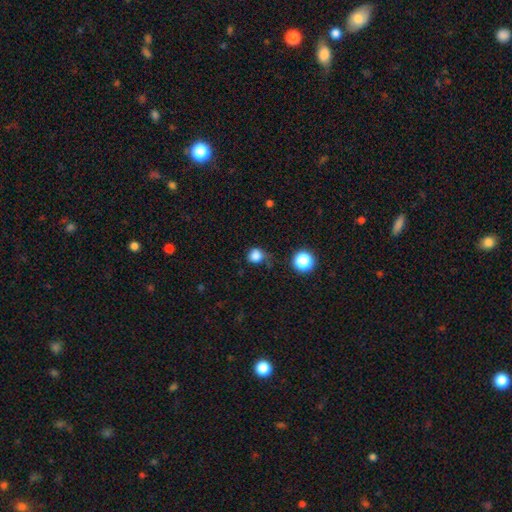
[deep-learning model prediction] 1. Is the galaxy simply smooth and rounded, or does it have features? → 82% smooth, 14% star or artifact, 5% featured or disk.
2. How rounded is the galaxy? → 81% round, 18% in between, 1% cigar-shaped.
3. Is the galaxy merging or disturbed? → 55% none, 29% minor disturbance, 12% major disturbance, 4% merger.